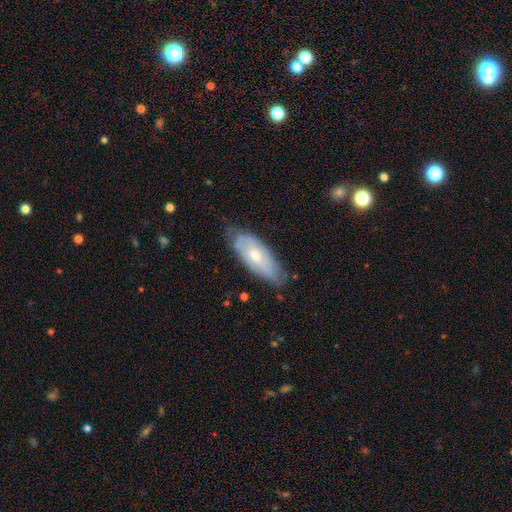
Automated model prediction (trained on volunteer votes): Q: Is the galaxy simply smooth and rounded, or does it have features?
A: smooth — 50%.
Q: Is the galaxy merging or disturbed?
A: none — 67%.